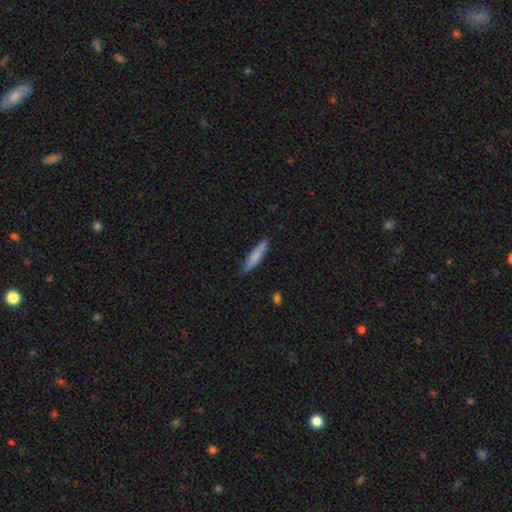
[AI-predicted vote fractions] The model was most divided on "smooth or featured": smooth: 79%, featured or disk: 16%, star or artifact: 6%. More confident: how rounded — cigar-shaped (88%); merging — none (86%).